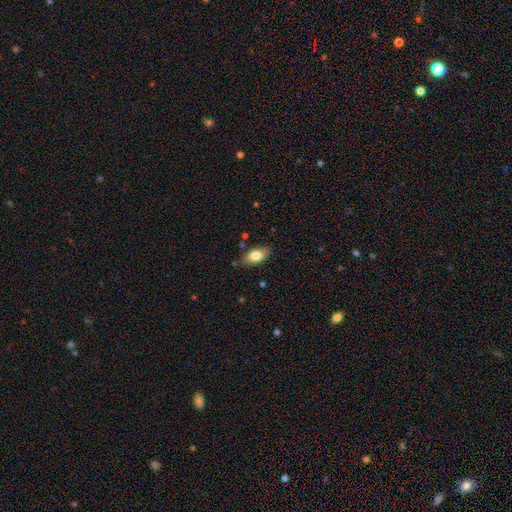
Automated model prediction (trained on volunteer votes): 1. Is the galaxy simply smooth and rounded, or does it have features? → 80% smooth, 13% featured or disk, 7% star or artifact.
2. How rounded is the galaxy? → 91% in between, 5% cigar-shaped, 4% round.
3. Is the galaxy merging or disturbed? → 82% none, 13% minor disturbance, 3% major disturbance, 2% merger.